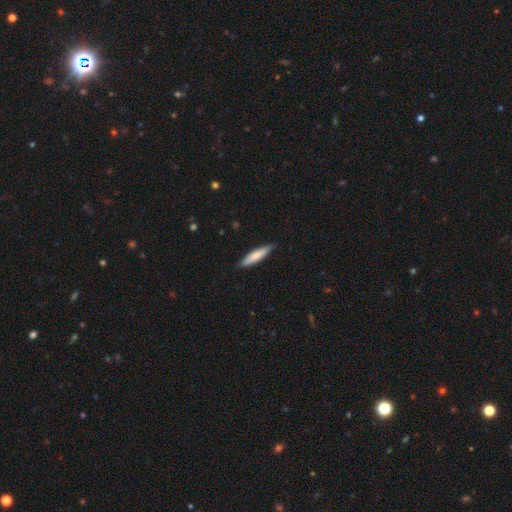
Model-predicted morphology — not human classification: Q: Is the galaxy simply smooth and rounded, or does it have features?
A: smooth — 75%.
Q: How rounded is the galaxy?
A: cigar-shaped — 83%.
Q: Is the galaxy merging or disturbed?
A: none — 87%.